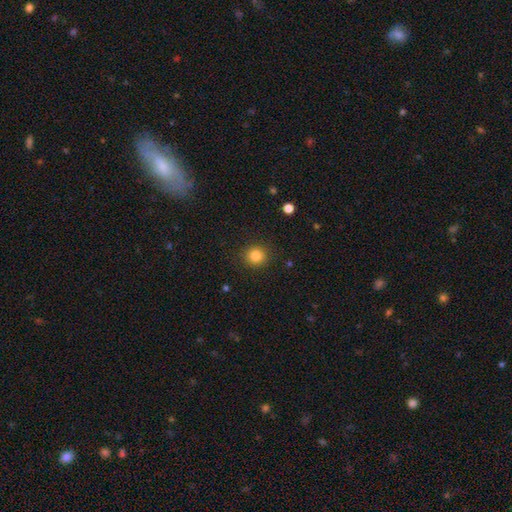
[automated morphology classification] This appears to be a smooth galaxy with no disk features (84%) that is round (90%). Merging: none (90%).